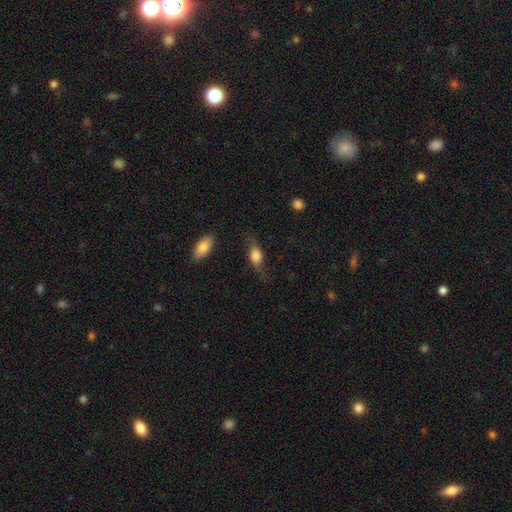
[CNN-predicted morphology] smooth-or-featured: smooth: 58% | featured or disk: 34% | star or artifact: 8%
  how-rounded: in between: 71% | cigar-shaped: 16% | round: 12%
  merging: none: 62% | minor disturbance: 24% | major disturbance: 12% | merger: 2%